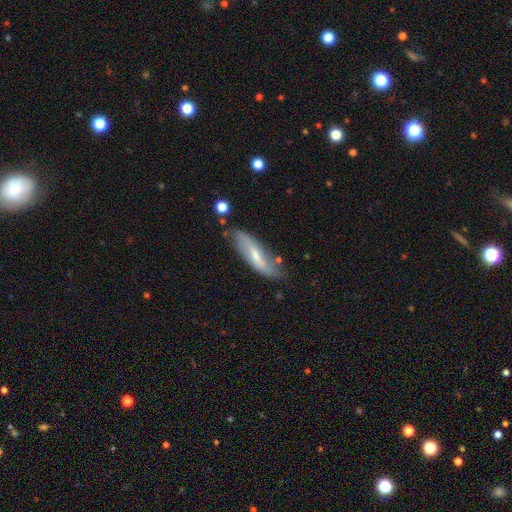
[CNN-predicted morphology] A featured or disk galaxy (50%).

Vote fractions:
- Smooth or featured? featured or disk: 50% / smooth: 43% / star or artifact: 7%
- Edge-on disk? no: 68% / yes: 32%
- Merging? none: 69% / minor disturbance: 22% / major disturbance: 5% / merger: 4%